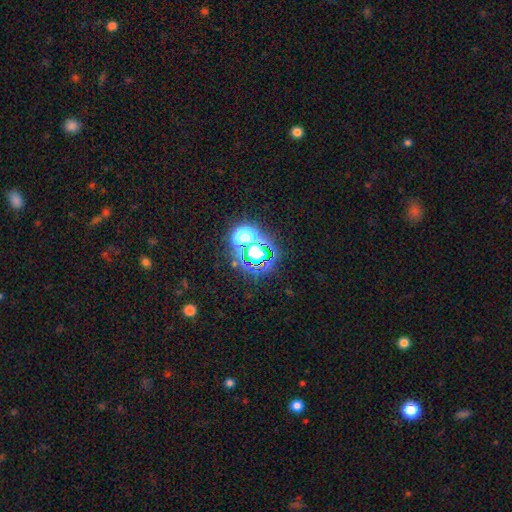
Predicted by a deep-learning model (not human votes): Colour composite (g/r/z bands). It shows a star or artifact, not a galaxy (72%).